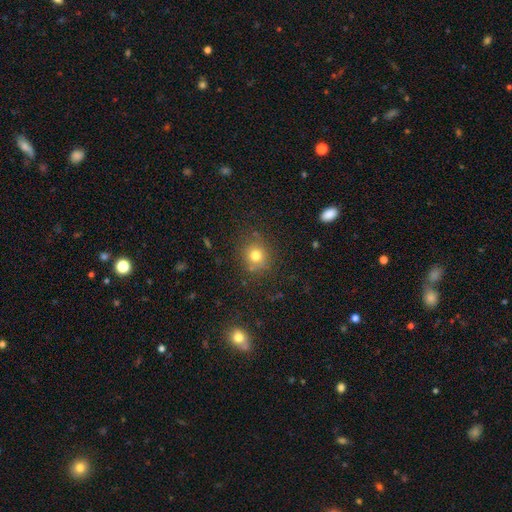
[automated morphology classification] This appears to be a smooth galaxy with no disk features (76%) that is round (86%). Merging: none (82%).